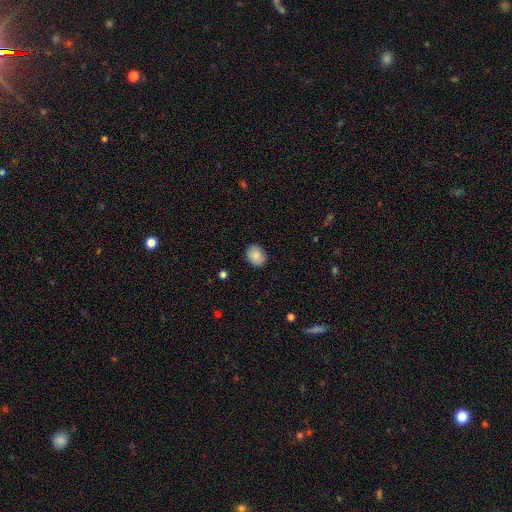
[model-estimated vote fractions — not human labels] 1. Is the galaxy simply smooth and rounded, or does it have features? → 87% smooth, 8% star or artifact, 6% featured or disk.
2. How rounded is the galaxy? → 54% in between, 45% round, 1% cigar-shaped.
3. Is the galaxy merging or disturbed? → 87% none, 10% minor disturbance, 2% major disturbance, 1% merger.